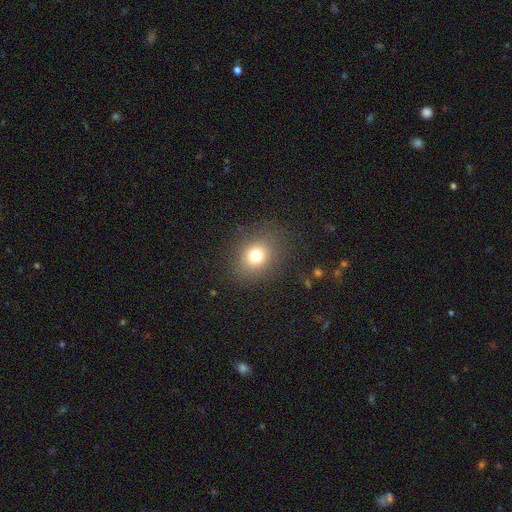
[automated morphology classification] smooth-or-featured: smooth: 76% | star or artifact: 14% | featured or disk: 10%
  how-rounded: round: 58% | in between: 41% | cigar-shaped: 1%
  merging: none: 84% | minor disturbance: 10% | major disturbance: 5% | merger: 1%